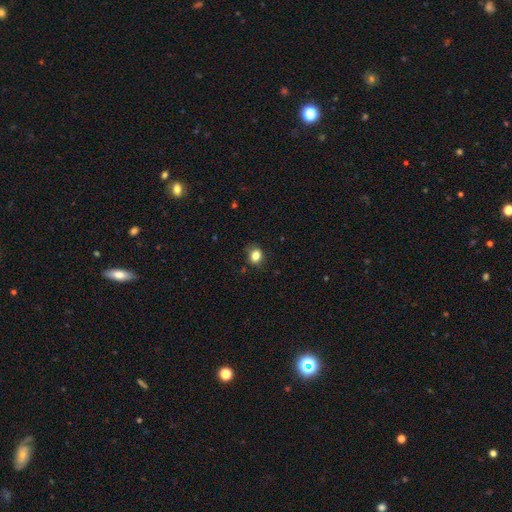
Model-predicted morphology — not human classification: type=smooth (82%); roundness=round (58%); merging=none (80%).